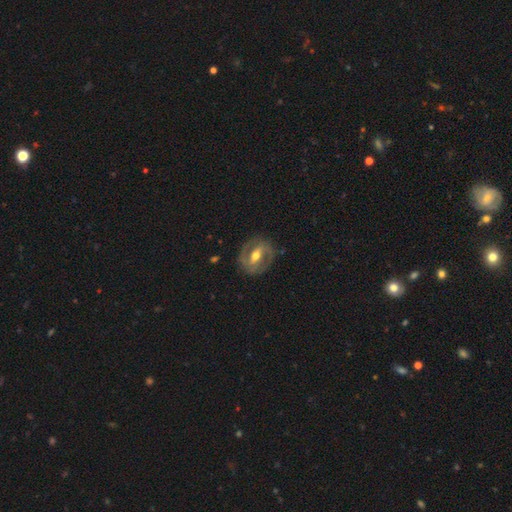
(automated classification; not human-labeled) A featured or disk galaxy (77%) with a strong bar (47%), 2 (85%) medium (45%) spiral arms (79%) and a moderate central bulge (73%).

Vote fractions:
- Smooth or featured? featured or disk: 77% / smooth: 18% / star or artifact: 5%
- Edge-on disk? no: 94% / yes: 6%
- Bar? strong: 47% / weak: 37% / no: 15%
- Spiral arms? yes: 79% / no: 21%
- Spiral winding? medium: 45% / tight: 38% / loose: 17%
- Spiral arm count? 2: 85% / can't tell: 8% / 1: 4% / 3: 2% / 4: 1% / more than 4: 1%
- Bulge size? moderate: 73% / small: 17% / large: 8% / none: 1% / dominant: 1%
- Merging? none: 81% / minor disturbance: 13% / major disturbance: 5% / merger: 1%